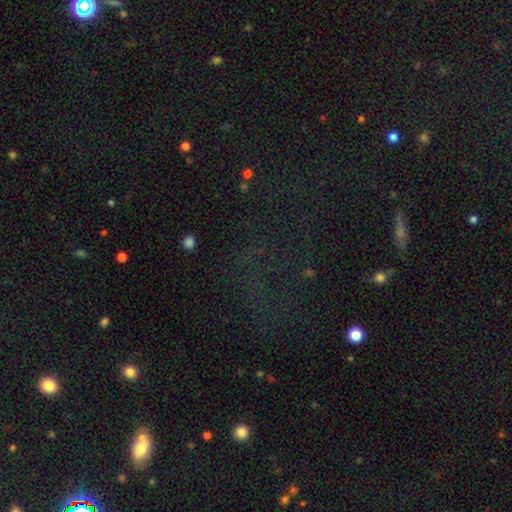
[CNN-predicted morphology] star or artifact 60%, smooth 25%, featured or disk 15%.